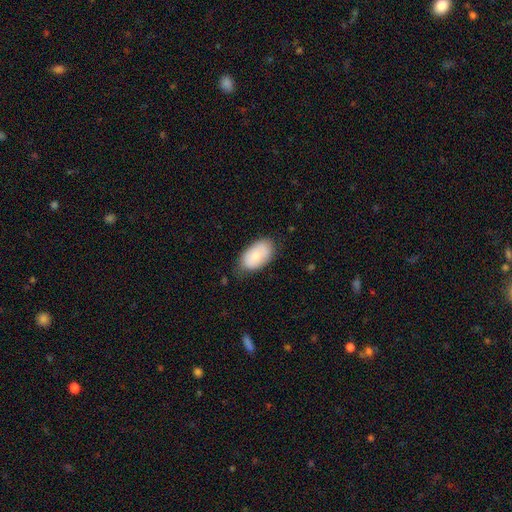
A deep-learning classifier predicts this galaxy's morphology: The model was most divided on "merging": none: 72%, minor disturbance: 23%, major disturbance: 4%, merger: 1%. More confident: how rounded — in between (94%); smooth or featured — smooth (75%).